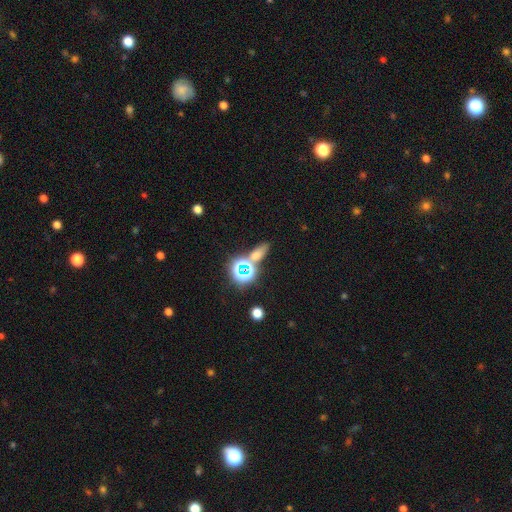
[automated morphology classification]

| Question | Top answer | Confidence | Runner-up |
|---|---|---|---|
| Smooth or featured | smooth | 46% | star or artifact (42%) |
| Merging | none | 67% | merger (17%) |